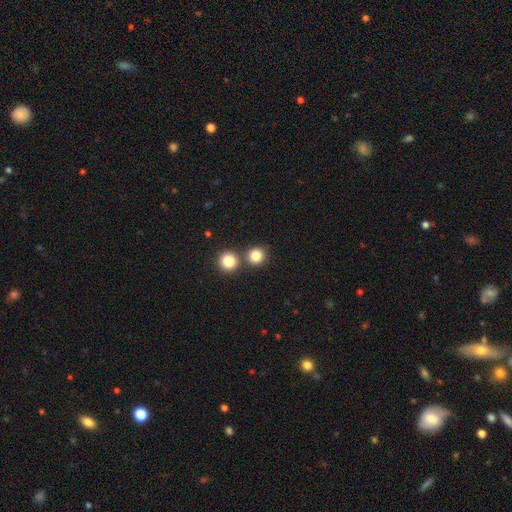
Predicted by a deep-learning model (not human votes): Overall: smooth (82%). How rounded: round (90%). Merging: none (71%).